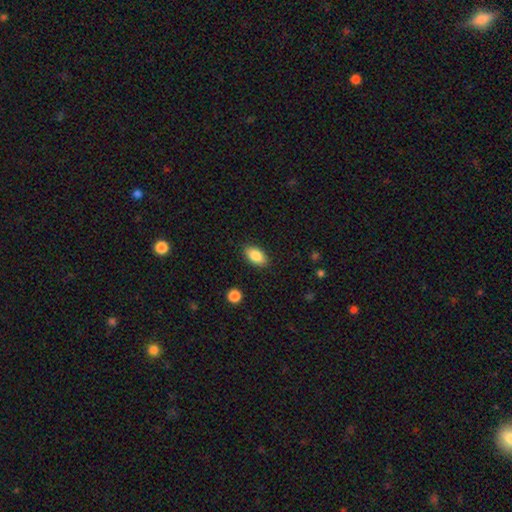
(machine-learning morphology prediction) Overall: smooth (85%). How rounded: in between (92%). Merging: none (88%).